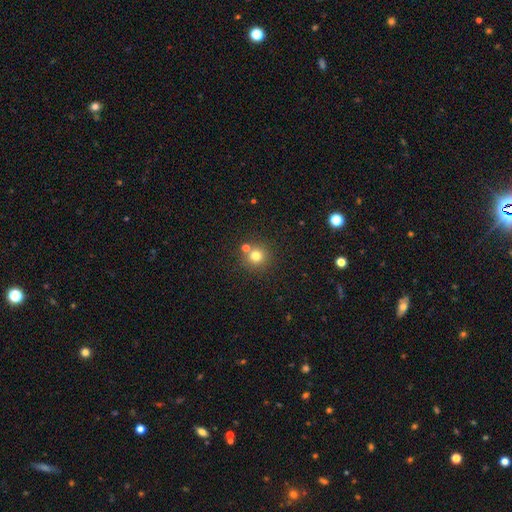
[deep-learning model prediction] A smooth galaxy with no disk features (77%) that is round (93%). Merging: none (73%).